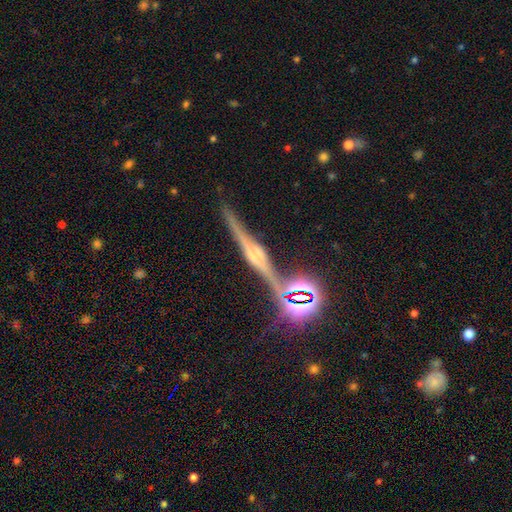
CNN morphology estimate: Smooth or featured: featured or disk — 72% (star or artifact — 18%)
Edge-on disk: yes — 96% (no — 4%)
Edge-on bulge: rounded — 64% (boxy — 27%)
Merging: none — 82% (minor disturbance — 10%)